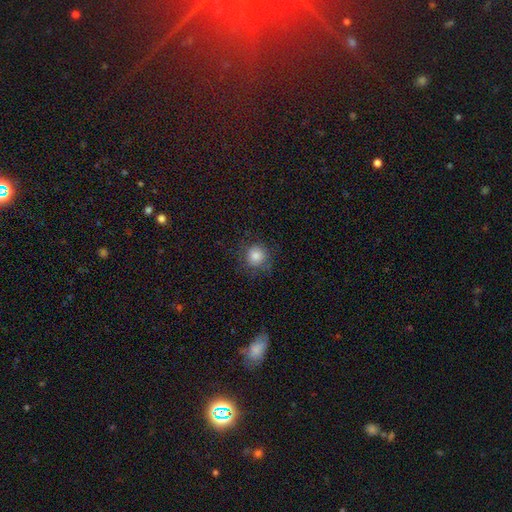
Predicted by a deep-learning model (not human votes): Smooth or featured? Predicted: smooth (p=0.82). How rounded? Predicted: round (p=0.92). Merging? Predicted: none (p=0.81).